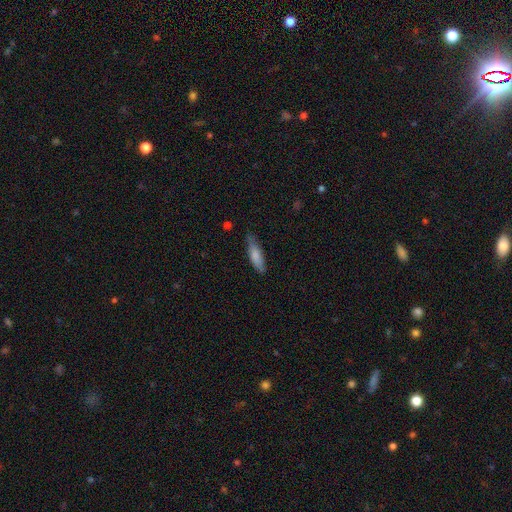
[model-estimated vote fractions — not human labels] A smooth galaxy with no disk features (79%) that is cigar-shaped (57%).

Vote fractions:
- Smooth or featured? smooth: 79% / featured or disk: 15% / star or artifact: 6%
- How rounded? cigar-shaped: 57% / in between: 42% / round: 1%
- Merging? none: 73% / minor disturbance: 22% / major disturbance: 4% / merger: 1%